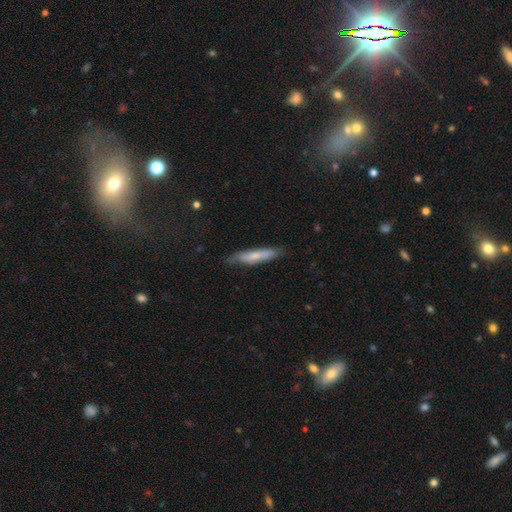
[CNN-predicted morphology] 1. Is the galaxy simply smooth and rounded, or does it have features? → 67% smooth, 27% featured or disk, 6% star or artifact.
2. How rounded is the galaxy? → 88% cigar-shaped, 11% in between, 1% round.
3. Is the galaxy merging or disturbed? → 77% none, 18% minor disturbance, 3% major disturbance, 1% merger.